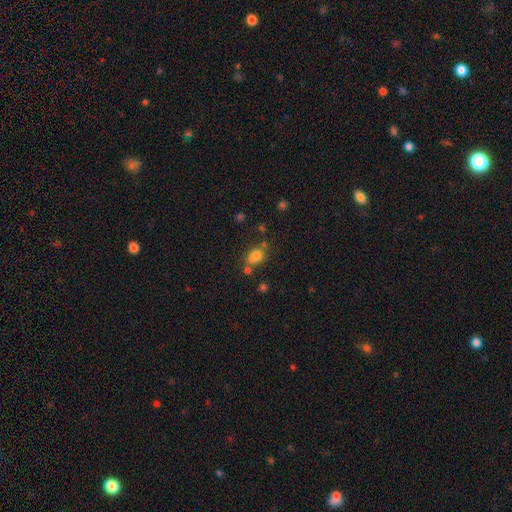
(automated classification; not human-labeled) smooth 77%, star or artifact 14%, featured or disk 9%. Down the decision tree: how rounded — in between (63%); merging — none (56%).